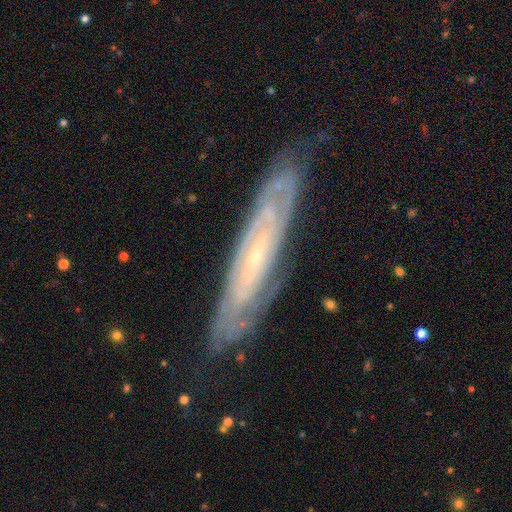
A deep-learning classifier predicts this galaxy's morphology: Q: Smooth or featured?
A: featured or disk (82%); runner-up: smooth (11%)
Q: Edge-on disk?
A: no (70%); runner-up: yes (30%)
Q: Bar?
A: no (60%); runner-up: weak (28%)
Q: Spiral arms?
A: yes (93%); runner-up: no (7%)
Q: Spiral winding?
A: tight (77%); runner-up: medium (19%)
Q: Spiral arm count?
A: can't tell (53%); runner-up: 2 (20%)
Q: Bulge size?
A: small (82%); runner-up: moderate (12%)
Q: Merging?
A: none (78%); runner-up: minor disturbance (16%)